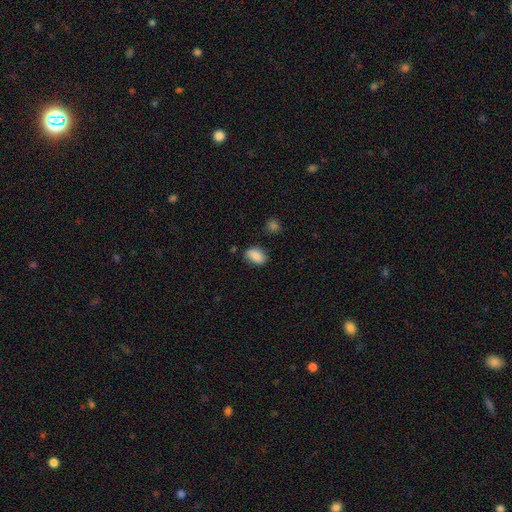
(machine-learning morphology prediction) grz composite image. It shows a smooth galaxy with no disk features (85%) that is in between round and cigar-shaped (86%). Merging: none (74%).